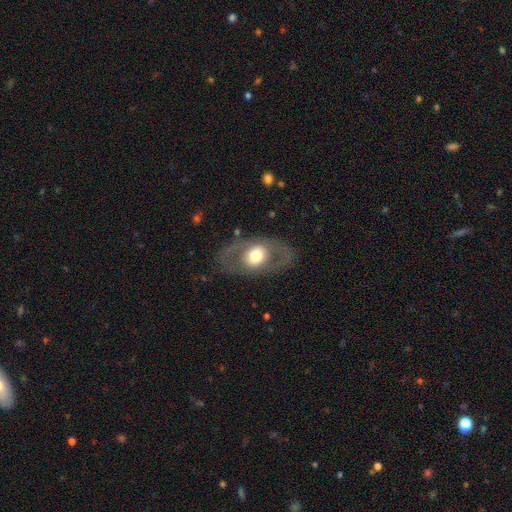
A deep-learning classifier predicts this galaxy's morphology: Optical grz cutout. It shows a featured or disk galaxy (53%). Merging: none (78%).